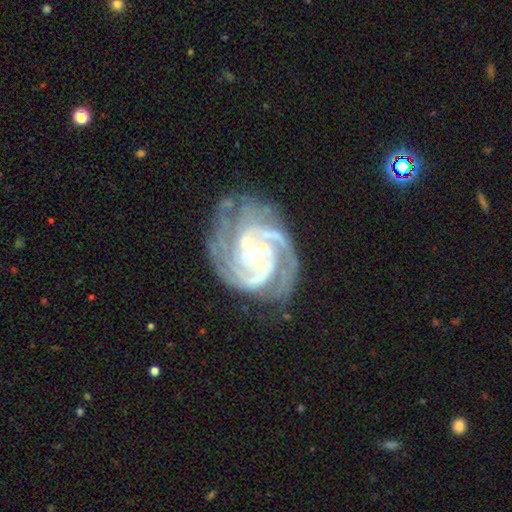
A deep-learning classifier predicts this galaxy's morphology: The model was most divided on "spiral arm count": 3: 38%, 2: 31%, 4: 10%, can't tell: 10%, more than 4: 5%, 1: 5%. More confident: spiral arms — yes (98%); edge-on disk — no (98%); smooth or featured — featured or disk (92%); merging — none (66%); spiral winding — tight (65%); bar — no (57%); bulge size — small (54%).